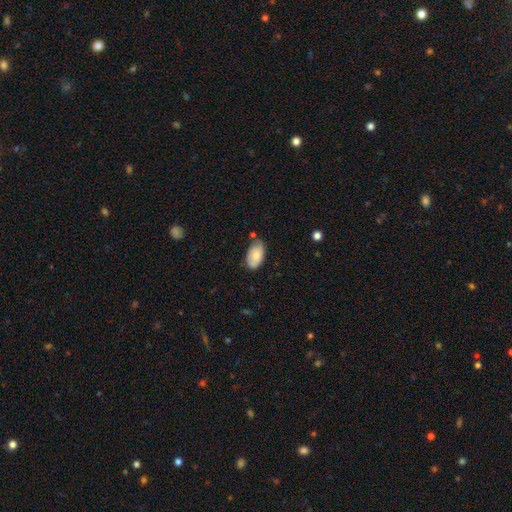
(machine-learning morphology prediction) Smooth or featured?
  - smooth: 75% *
  - featured or disk: 19%
  - star or artifact: 7%
How rounded?
  - in between: 94% *
  - round: 4%
  - cigar-shaped: 2%
Merging?
  - none: 61% *
  - minor disturbance: 28%
  - merger: 6%
  - major disturbance: 5%